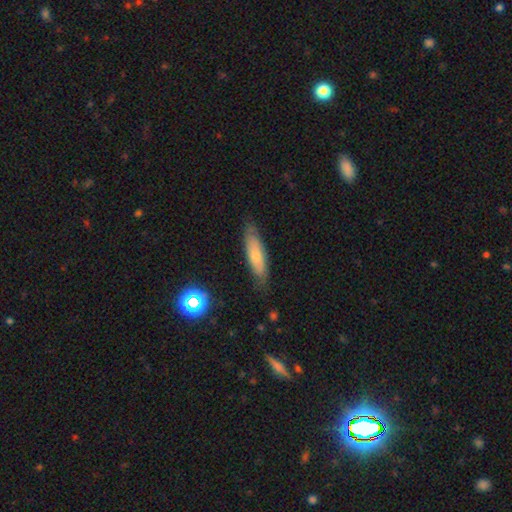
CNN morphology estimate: Smooth or featured? Predicted: smooth (p=0.61). How rounded? Predicted: cigar-shaped (p=0.66). Merging? Predicted: none (p=0.80).